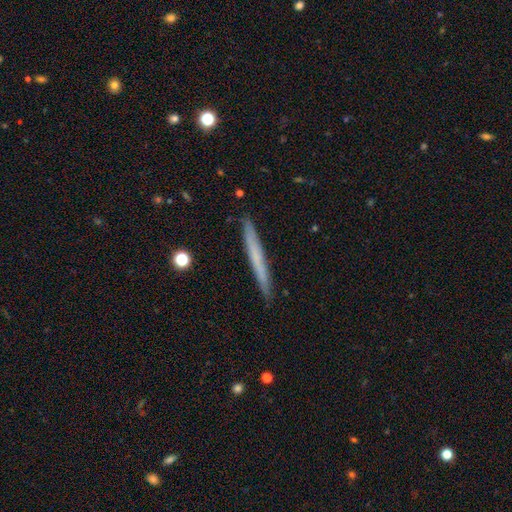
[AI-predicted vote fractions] Morphology: type=smooth (54%); roundness=cigar-shaped (97%); merging=none (91%).